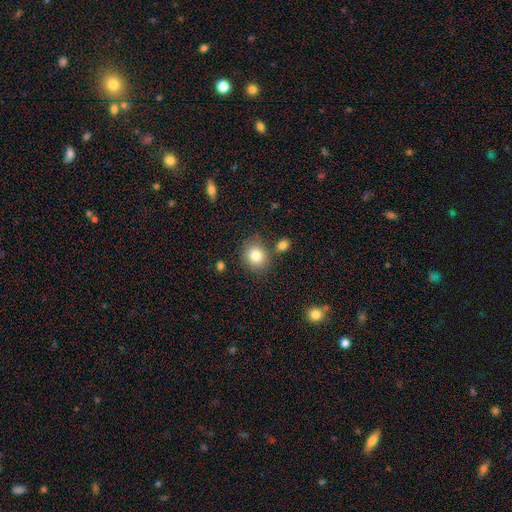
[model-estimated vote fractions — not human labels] Morphology: type=smooth (82%); roundness=round (74%); merging=none (77%).